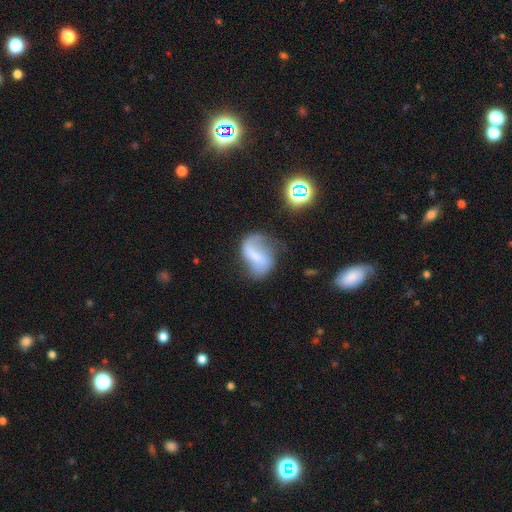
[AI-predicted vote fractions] Q: Smooth or featured?
A: featured or disk (57%); runner-up: smooth (31%)
Q: Edge-on disk?
A: no (96%); runner-up: yes (4%)
Q: Bar?
A: strong (38%); runner-up: weak (36%)
Q: Spiral arms?
A: yes (77%); runner-up: no (23%)
Q: Bulge size?
A: none (51%); runner-up: small (26%)
Q: Merging?
A: none (41%); runner-up: minor disturbance (27%)